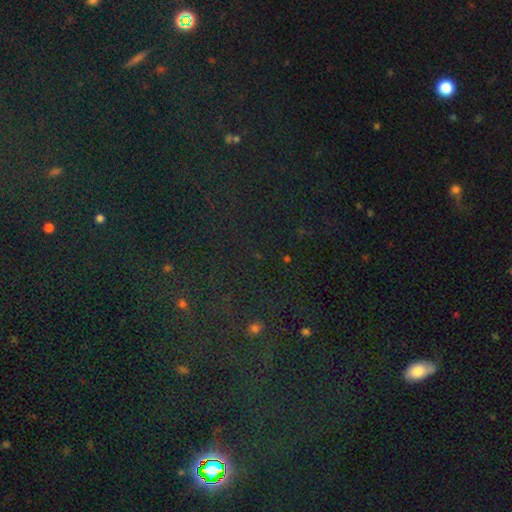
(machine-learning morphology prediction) smooth-or-featured: star or artifact: 80% | smooth: 12% | featured or disk: 7%